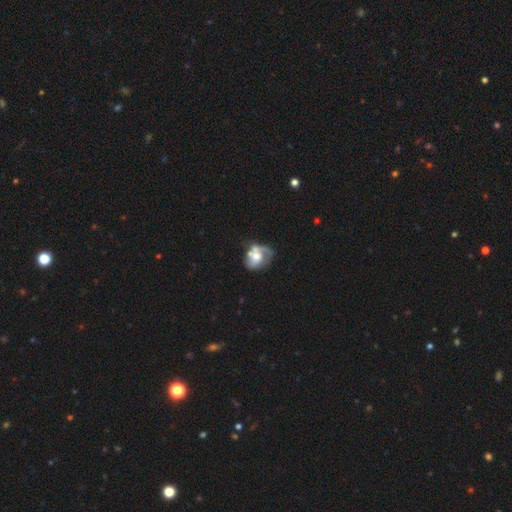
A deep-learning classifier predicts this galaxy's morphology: type=featured or disk (54%); edge-on=no (97%); bar=no (74%); spiral arms=yes (60%); bulge=moderate (55%); merging=merger (30%).